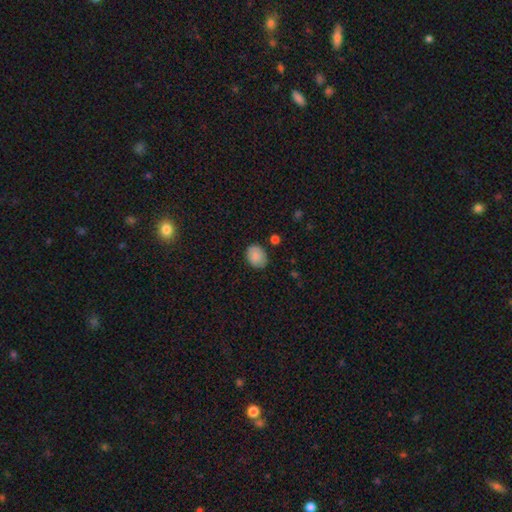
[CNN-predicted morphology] Q: Smooth or featured?
A: smooth (86%); runner-up: star or artifact (8%)
Q: How rounded?
A: in between (57%); runner-up: round (42%)
Q: Merging?
A: none (79%); runner-up: minor disturbance (16%)